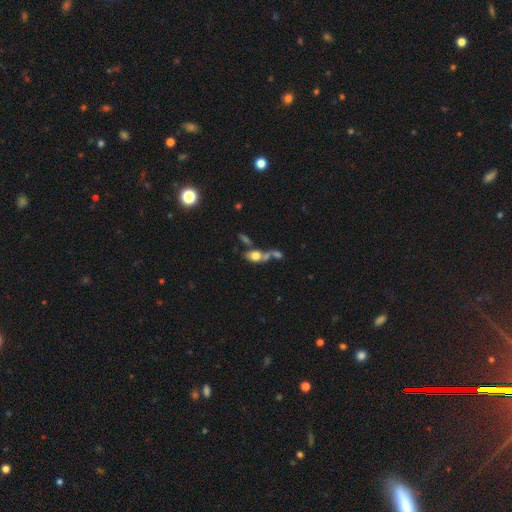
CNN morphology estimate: Smooth or featured? Predicted: smooth (p=0.64). How rounded? Predicted: in between (p=0.70). Merging? Predicted: merger (p=0.51).